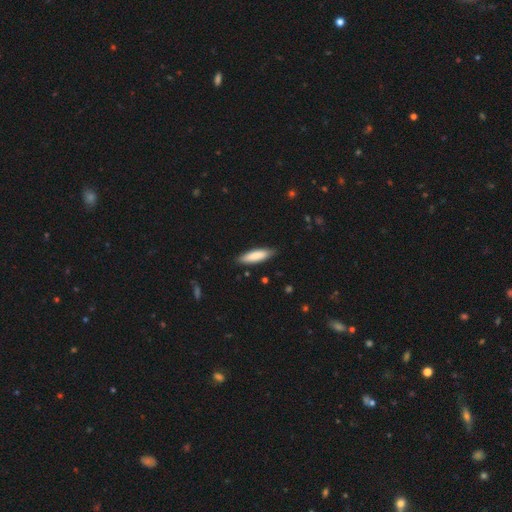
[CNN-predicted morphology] Smooth or featured: smooth — 84% (featured or disk — 11%)
How rounded: cigar-shaped — 61% (in between — 38%)
Merging: none — 85% (minor disturbance — 11%)